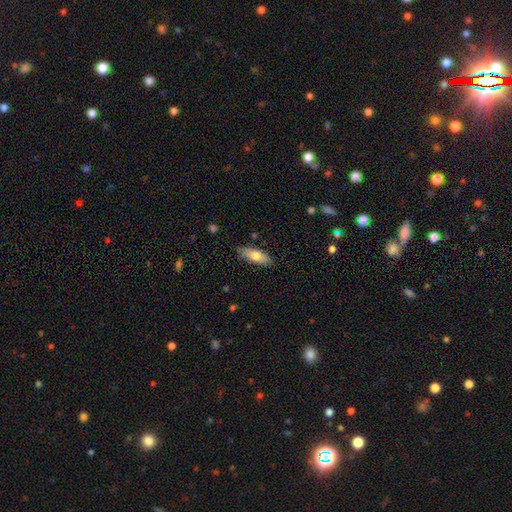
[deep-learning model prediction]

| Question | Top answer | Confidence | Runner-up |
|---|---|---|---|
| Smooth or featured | smooth | 73% | featured or disk (20%) |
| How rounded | in between | 69% | cigar-shaped (29%) |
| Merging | none | 86% | minor disturbance (11%) |